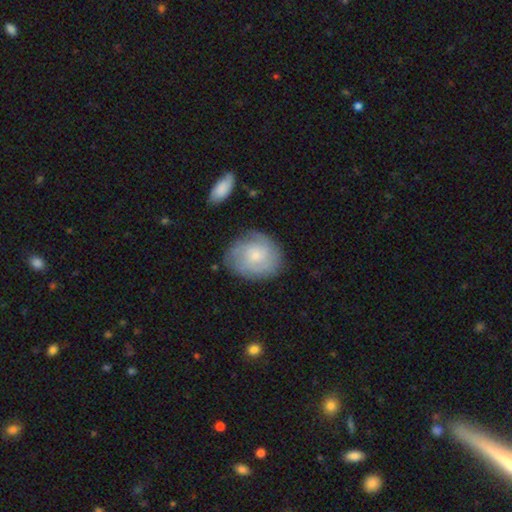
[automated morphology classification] Smooth or featured: featured or disk — 58% (smooth — 36%)
Edge-on disk: no — 97% (yes — 3%)
Bar: no — 77% (weak — 21%)
Spiral arms: yes — 87% (no — 13%)
Bulge size: small — 64% (moderate — 29%)
Merging: none — 75% (minor disturbance — 17%)